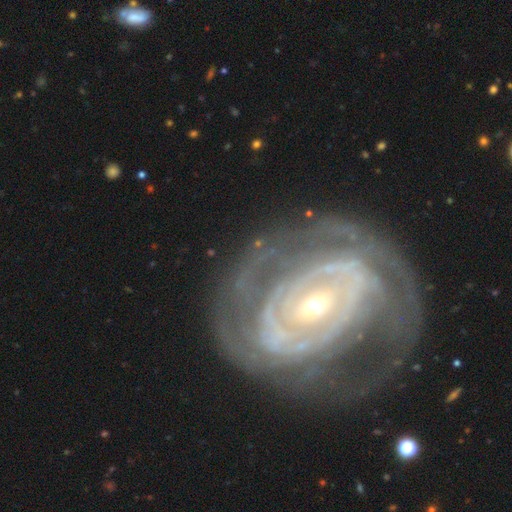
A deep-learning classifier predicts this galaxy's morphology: Smooth or featured? featured or disk (84%)
Edge-on disk? no (96%)
Bar? no (41%)
Spiral arms? yes (83%)
Spiral winding? tight (74%)
Spiral arm count? can't tell (43%)
Bulge size? small (72%)
Merging? none (65%)